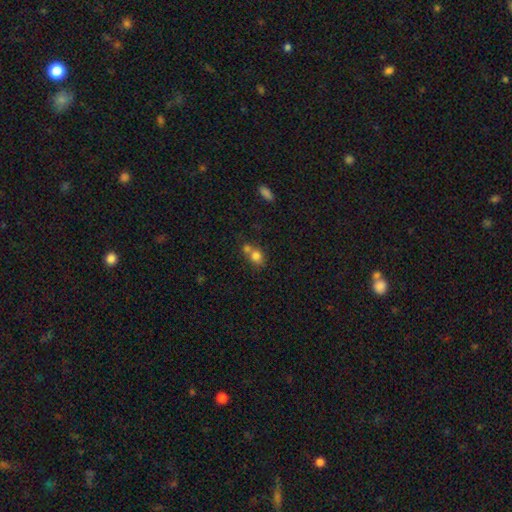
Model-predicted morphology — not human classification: Smooth or featured? Predicted: smooth (p=0.78). How rounded? Predicted: round (p=0.58). Merging? Predicted: merger (p=0.47).